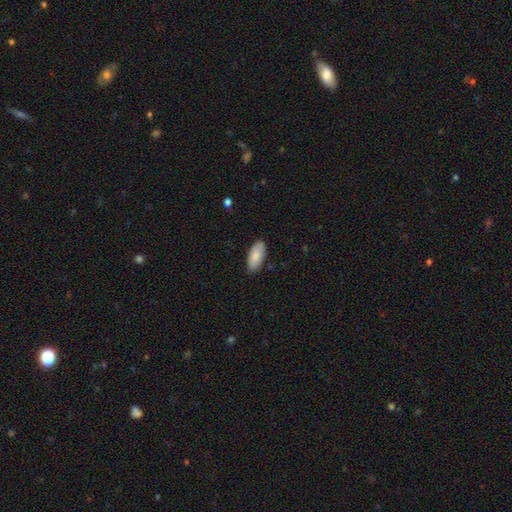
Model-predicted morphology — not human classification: Smooth or featured: smooth — 85% (featured or disk — 9%)
How rounded: in between — 90% (cigar-shaped — 9%)
Merging: none — 85% (minor disturbance — 11%)